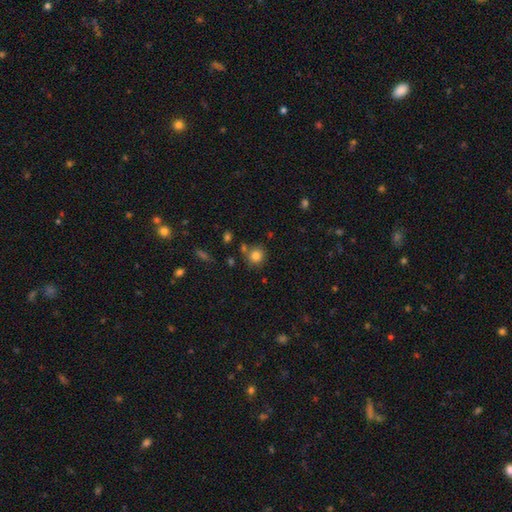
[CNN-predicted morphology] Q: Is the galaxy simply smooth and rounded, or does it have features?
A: smooth — 82%.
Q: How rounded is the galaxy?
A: round — 87%.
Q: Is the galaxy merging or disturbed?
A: none — 73%.